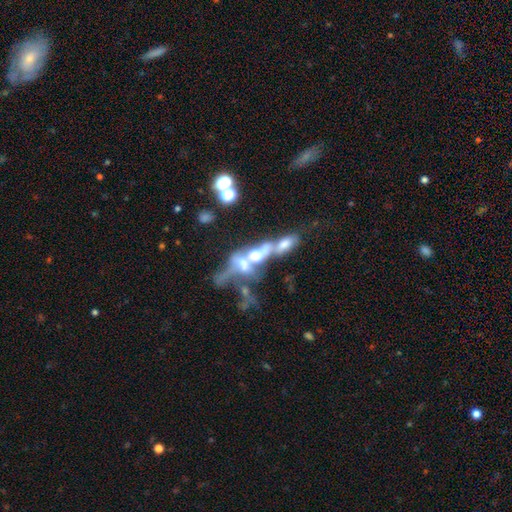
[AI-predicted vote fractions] Smooth or featured: featured or disk — 48% (smooth — 35%)
Merging: merger — 73% (major disturbance — 15%)